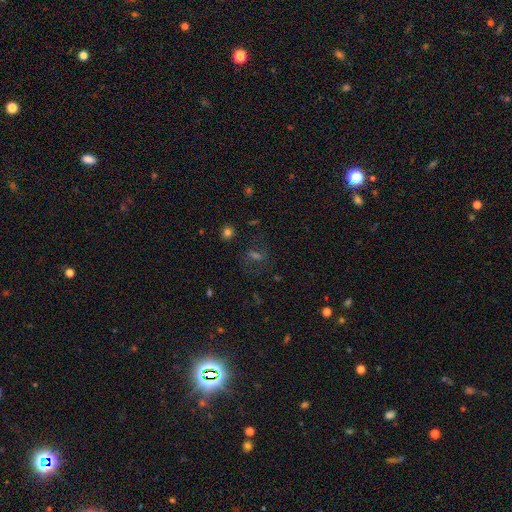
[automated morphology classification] Smooth or featured? star or artifact (41%)